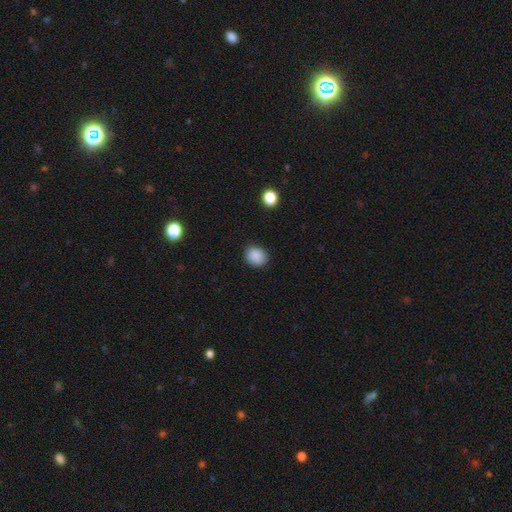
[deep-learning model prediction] Q: Smooth or featured?
A: smooth (88%); runner-up: star or artifact (9%)
Q: How rounded?
A: round (66%); runner-up: in between (33%)
Q: Merging?
A: none (87%); runner-up: minor disturbance (10%)